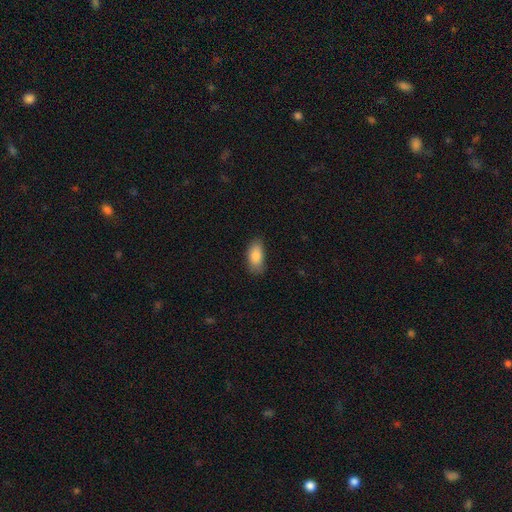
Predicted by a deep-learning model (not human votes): Smooth or featured?
  - smooth: 85% *
  - featured or disk: 8%
  - star or artifact: 7%
How rounded?
  - in between: 91% *
  - cigar-shaped: 5%
  - round: 3%
Merging?
  - none: 79% *
  - minor disturbance: 17%
  - major disturbance: 3%
  - merger: 1%